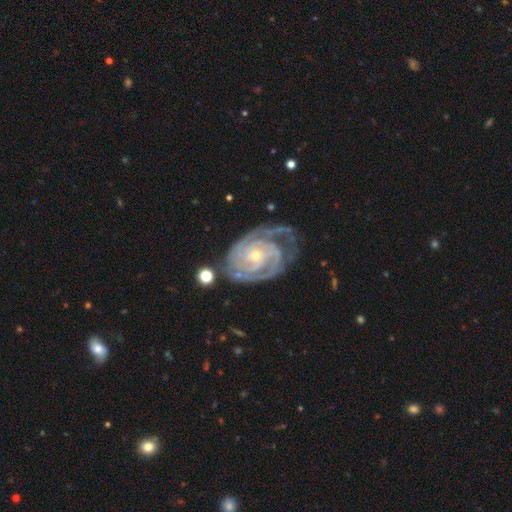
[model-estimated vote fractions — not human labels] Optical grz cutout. It shows a featured or disk galaxy (91%) with no bar (68%), 2 (35%) tight (75%) spiral arms (98%) and a small central bulge (73%). Merging: none (58%).